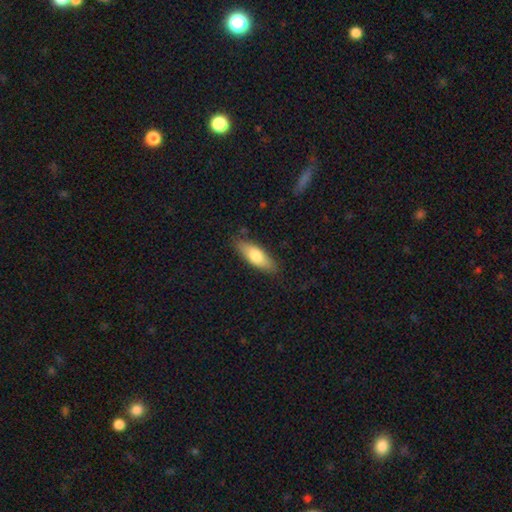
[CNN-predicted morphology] Smooth or featured? Predicted: smooth (p=0.73). How rounded? Predicted: in between (p=0.63). Merging? Predicted: none (p=0.84).